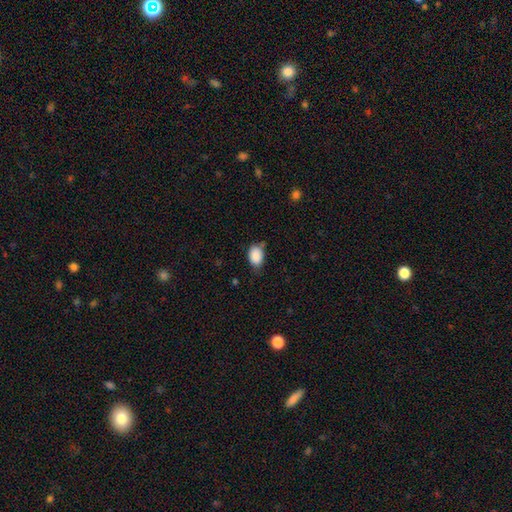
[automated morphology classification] The model was most divided on "merging": none: 62%, minor disturbance: 29%, major disturbance: 6%, merger: 3%. More confident: smooth or featured — smooth (88%); how rounded — in between (81%).